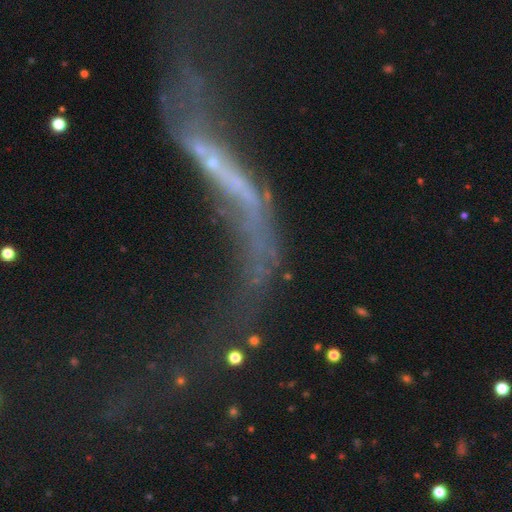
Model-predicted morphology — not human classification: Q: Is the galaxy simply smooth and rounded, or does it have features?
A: featured or disk — 70%.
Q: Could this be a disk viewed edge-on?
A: no — 77%.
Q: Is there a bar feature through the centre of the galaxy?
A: no — 47%.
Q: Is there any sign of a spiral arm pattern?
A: yes — 54%.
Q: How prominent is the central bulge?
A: none — 46%.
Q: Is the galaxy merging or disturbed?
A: major disturbance — 41%.